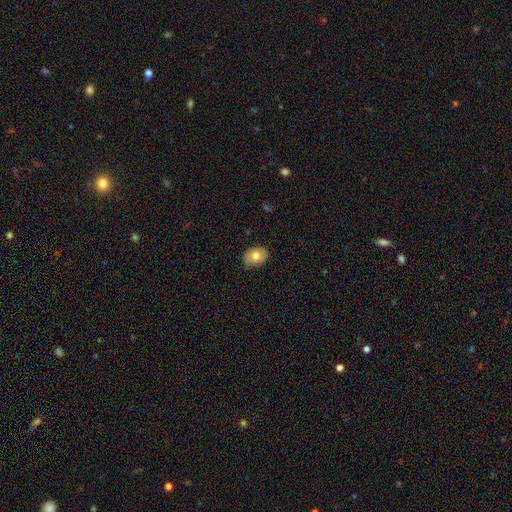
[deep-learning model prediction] Smooth or featured? Predicted: smooth (p=0.76). How rounded? Predicted: in between (p=0.67). Merging? Predicted: none (p=0.78).